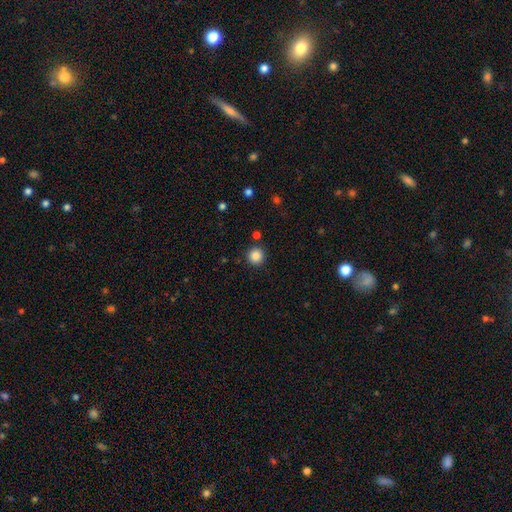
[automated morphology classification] Smooth or featured? Predicted: smooth (p=0.86). How rounded? Predicted: round (p=0.95). Merging? Predicted: none (p=0.90).